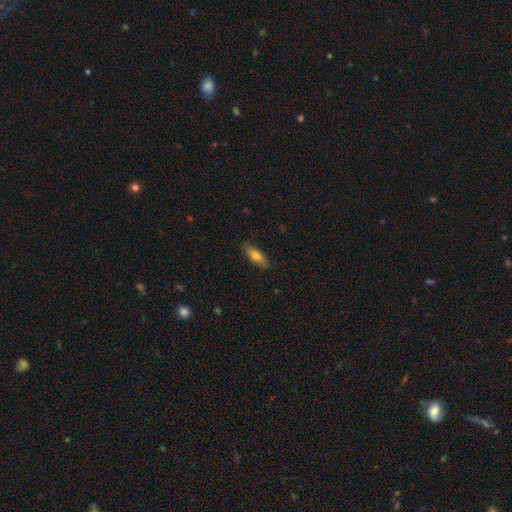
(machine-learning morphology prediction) smooth-or-featured: smooth: 70% | featured or disk: 23% | star or artifact: 7%
  how-rounded: in between: 60% | cigar-shaped: 37% | round: 3%
  merging: none: 82% | minor disturbance: 14% | major disturbance: 3% | merger: 1%